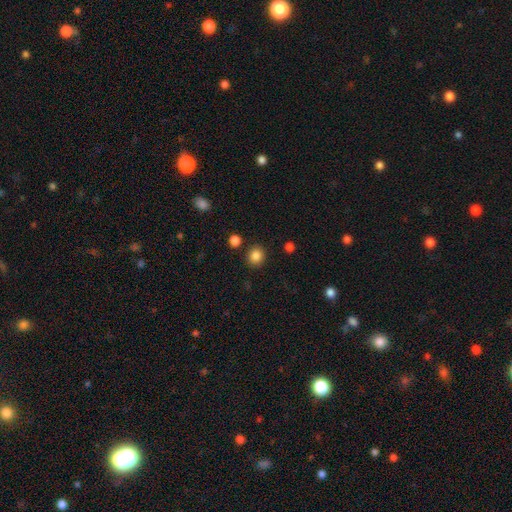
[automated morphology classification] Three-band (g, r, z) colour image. It shows a smooth galaxy with no disk features (86%) that is round (84%). Merging: none (88%).